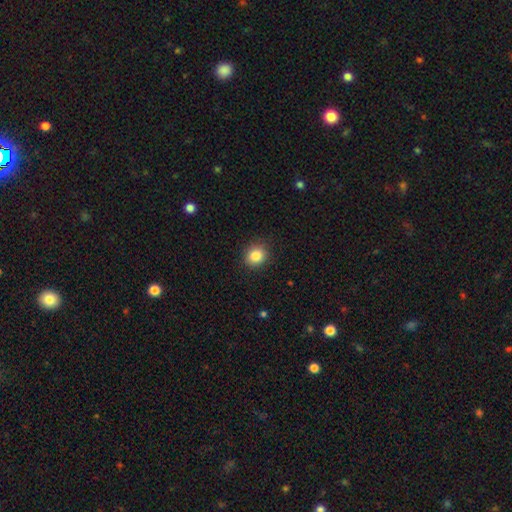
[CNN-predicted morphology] smooth-or-featured: smooth: 84% | star or artifact: 10% | featured or disk: 6%
  how-rounded: round: 79% | in between: 20% | cigar-shaped: 1%
  merging: none: 89% | minor disturbance: 8% | major disturbance: 2% | merger: 1%